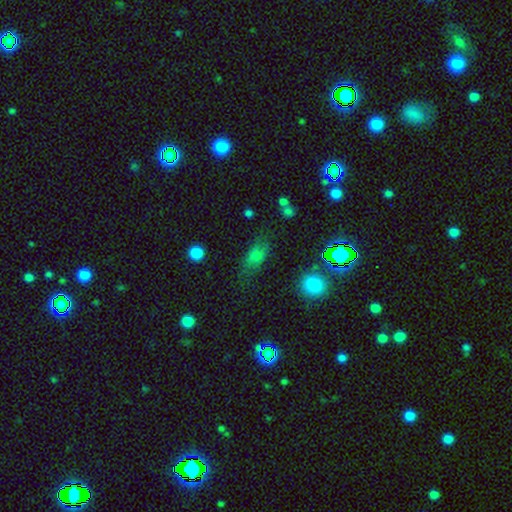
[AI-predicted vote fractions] Smooth or featured? Predicted: smooth (p=0.66). How rounded? Predicted: in between (p=0.73). Merging? Predicted: none (p=0.63).